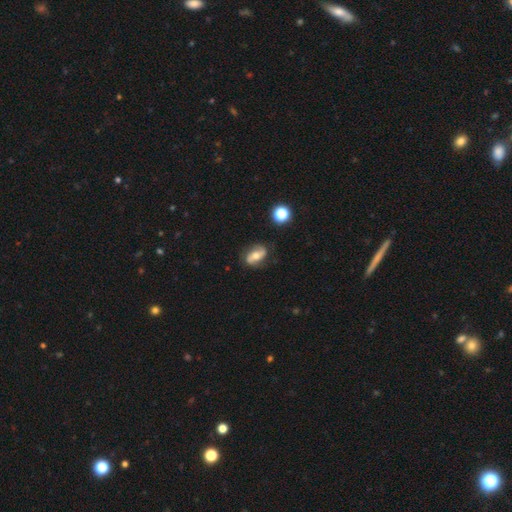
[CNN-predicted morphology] This is likely a featured or disk galaxy (61%). It is clearly not viewed edge-on (93%). Bar: marginally no (43%). Spiral arm pattern: clearly yes (84%). Central bulge: likely moderate (68%). Merging: likely none (78%).